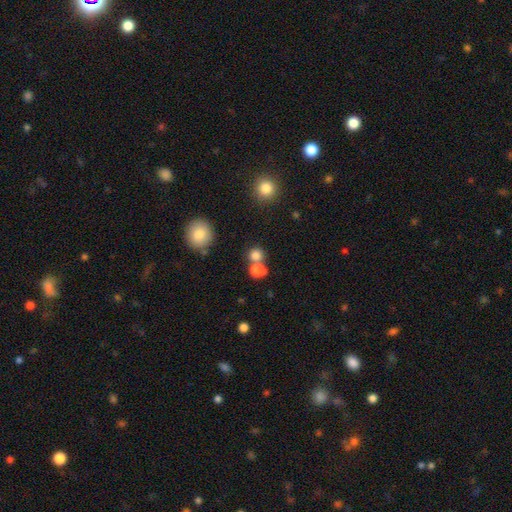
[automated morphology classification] smooth_or_featured: smooth (p=0.80) [alt: star or artifact p=0.12]
how_rounded: round (p=0.83) [alt: in between p=0.15]
merging: none (p=0.52) [alt: merger p=0.37]